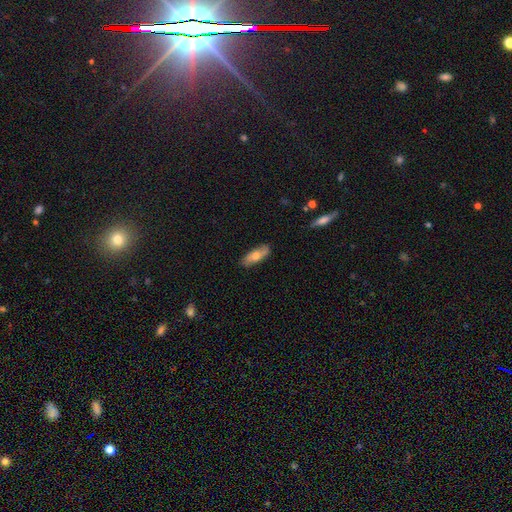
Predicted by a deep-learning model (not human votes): Overall: smooth (63%; featured or disk 31%). How rounded: in between (66%; cigar-shaped 32%). Merging: none (82%).